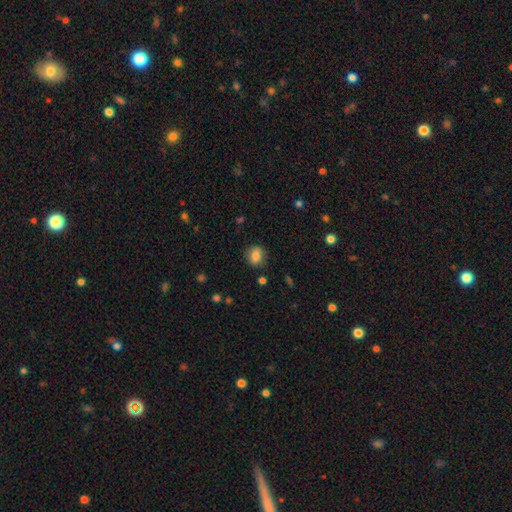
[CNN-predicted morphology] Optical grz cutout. It shows a smooth galaxy with no disk features (81%) that is round (52%). Merging: none (82%).